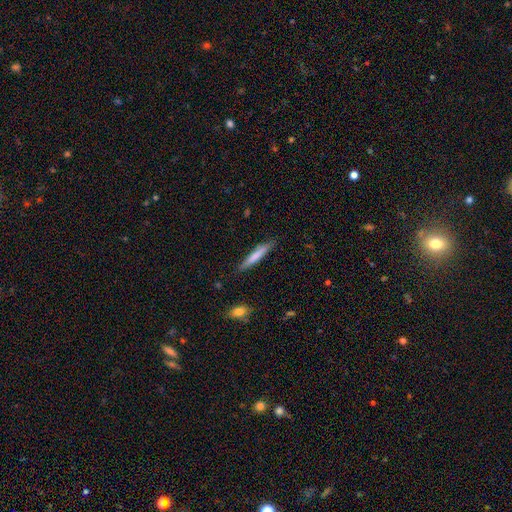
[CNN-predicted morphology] A smooth galaxy with no disk features (72%) that is cigar-shaped (94%). Merging: none (86%).